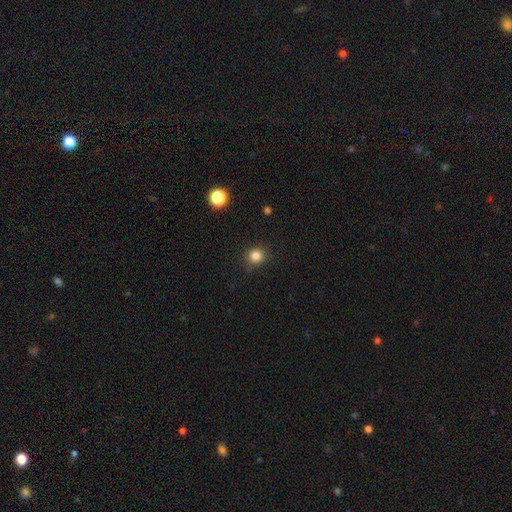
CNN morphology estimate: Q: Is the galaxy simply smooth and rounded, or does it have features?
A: smooth — 83%.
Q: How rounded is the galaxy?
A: round — 86%.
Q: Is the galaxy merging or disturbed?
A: none — 86%.